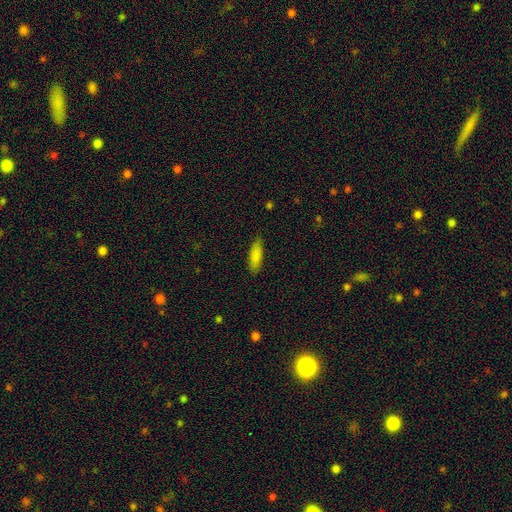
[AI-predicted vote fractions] smooth-or-featured: smooth: 85% | featured or disk: 9% | star or artifact: 6%
  how-rounded: in between: 51% | cigar-shaped: 48% | round: 2%
  merging: none: 84% | minor disturbance: 13% | major disturbance: 2% | merger: 1%